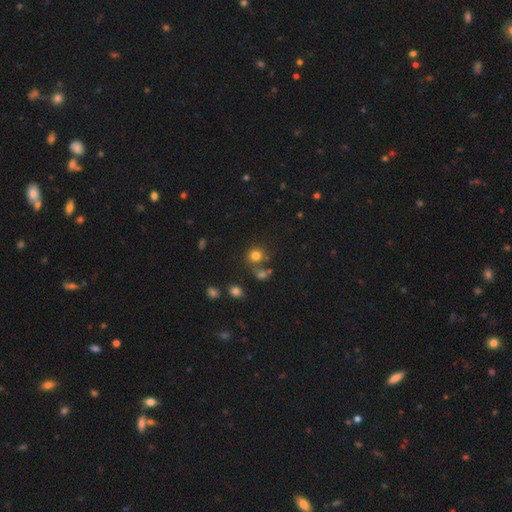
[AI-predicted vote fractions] A smooth galaxy with no disk features (77%) that is round (86%).

Vote fractions:
- Smooth or featured? smooth: 77% / star or artifact: 16% / featured or disk: 7%
- How rounded? round: 86% / in between: 13% / cigar-shaped: 1%
- Merging? none: 68% / merger: 17% / minor disturbance: 11% / major disturbance: 5%